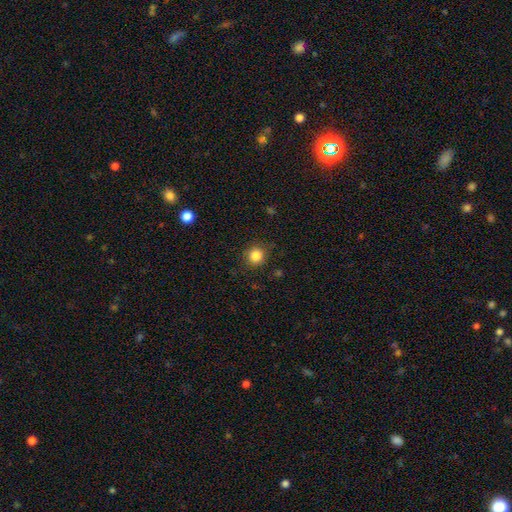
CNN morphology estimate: Q: Smooth or featured?
A: smooth (85%); runner-up: star or artifact (11%)
Q: How rounded?
A: round (91%); runner-up: in between (8%)
Q: Merging?
A: none (87%); runner-up: minor disturbance (9%)